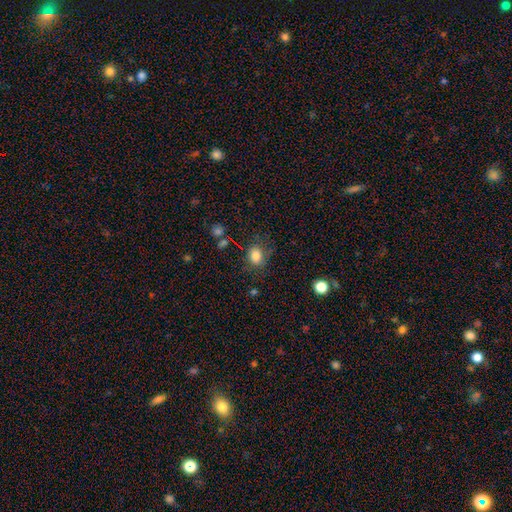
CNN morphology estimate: Smooth or featured?
  - smooth: 82% *
  - star or artifact: 11%
  - featured or disk: 7%
How rounded?
  - in between: 52% *
  - round: 47%
  - cigar-shaped: 1%
Merging?
  - none: 71% *
  - minor disturbance: 19%
  - major disturbance: 7%
  - merger: 3%